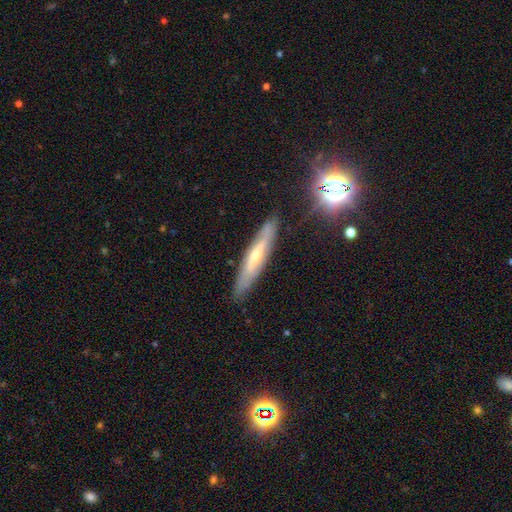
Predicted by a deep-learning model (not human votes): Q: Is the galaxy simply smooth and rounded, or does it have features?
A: featured or disk — 59%.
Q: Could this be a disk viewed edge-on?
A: yes — 72%.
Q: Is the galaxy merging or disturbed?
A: none — 83%.